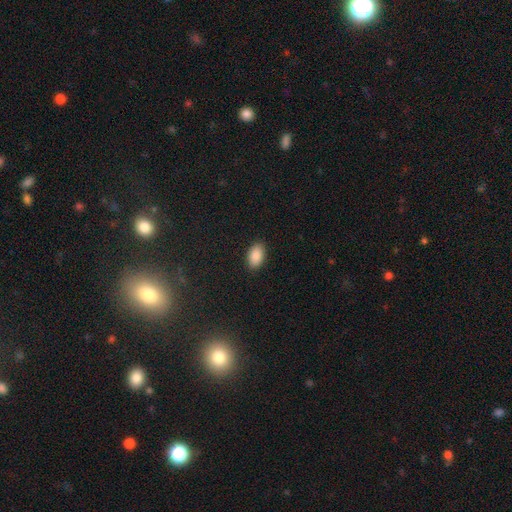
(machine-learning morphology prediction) smooth 89%, star or artifact 7%, featured or disk 4%. Down the decision tree: how rounded — in between (93%); merging — none (89%).